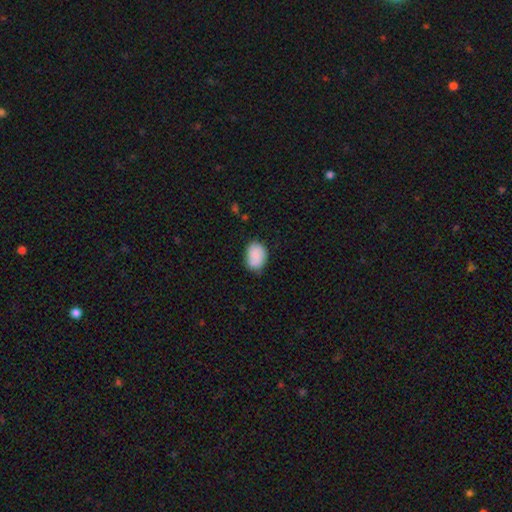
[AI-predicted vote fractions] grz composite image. It shows a smooth galaxy with no disk features (87%) that is in between round and cigar-shaped (75%). Merging: none (69%).